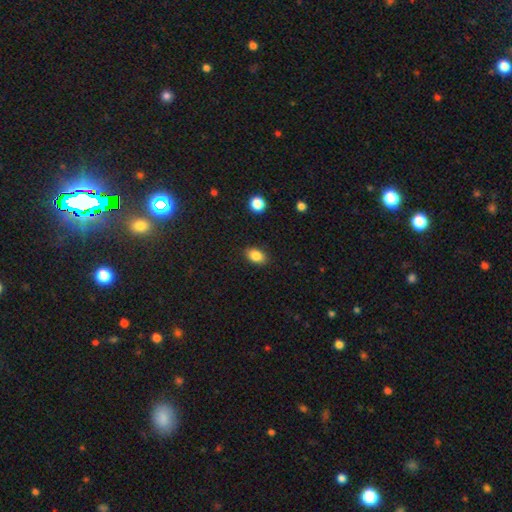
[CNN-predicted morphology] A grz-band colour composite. It shows a smooth galaxy with no disk features (85%) that is in between round and cigar-shaped (86%). Merging: none (88%).